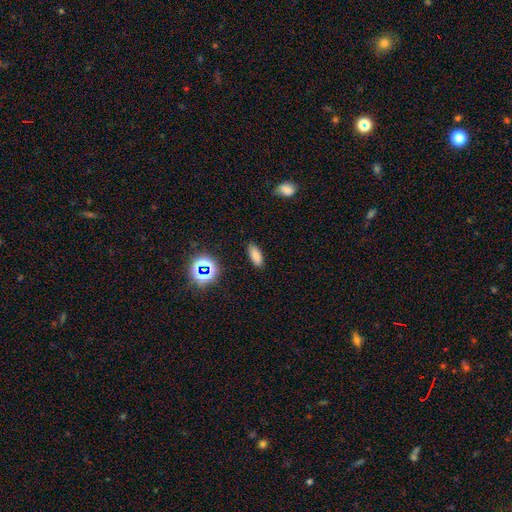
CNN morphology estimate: Smooth or featured: smooth — 78% (star or artifact — 15%)
How rounded: in between — 75% (cigar-shaped — 21%)
Merging: none — 87% (minor disturbance — 9%)